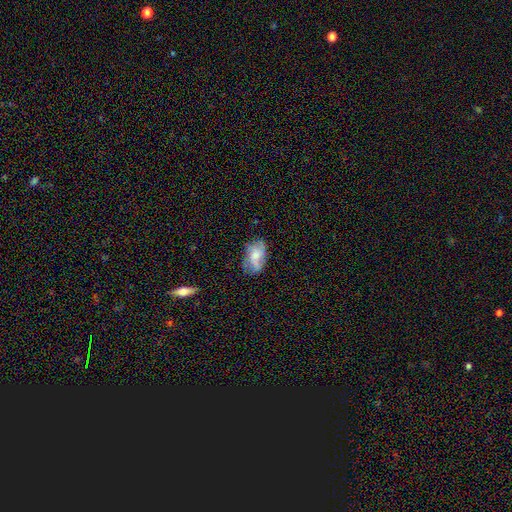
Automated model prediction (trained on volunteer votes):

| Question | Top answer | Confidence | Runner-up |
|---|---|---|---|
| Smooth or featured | smooth | 47% | featured or disk (44%) |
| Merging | none | 53% | minor disturbance (29%) |